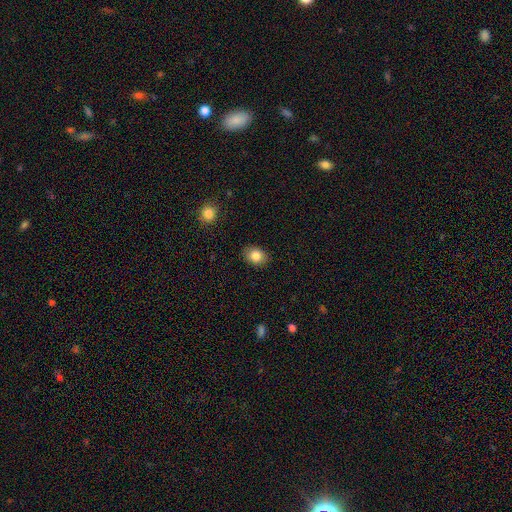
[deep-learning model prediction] smooth-or-featured: smooth: 84% | star or artifact: 9% | featured or disk: 7%
  how-rounded: in between: 65% | round: 34% | cigar-shaped: 1%
  merging: none: 88% | minor disturbance: 9% | major disturbance: 2% | merger: 1%